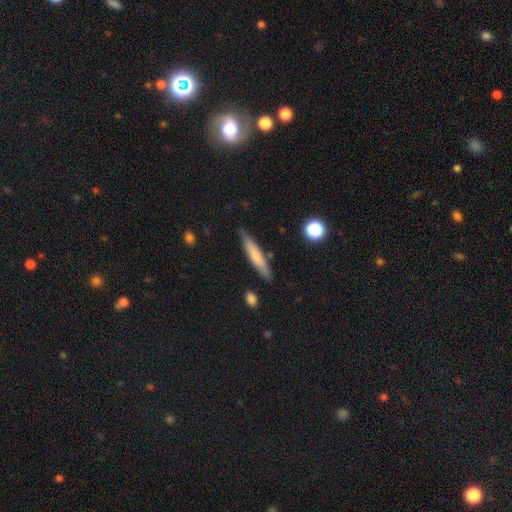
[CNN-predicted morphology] Q: Smooth or featured?
A: smooth (68%); runner-up: featured or disk (26%)
Q: How rounded?
A: cigar-shaped (89%); runner-up: in between (9%)
Q: Merging?
A: none (85%); runner-up: minor disturbance (11%)